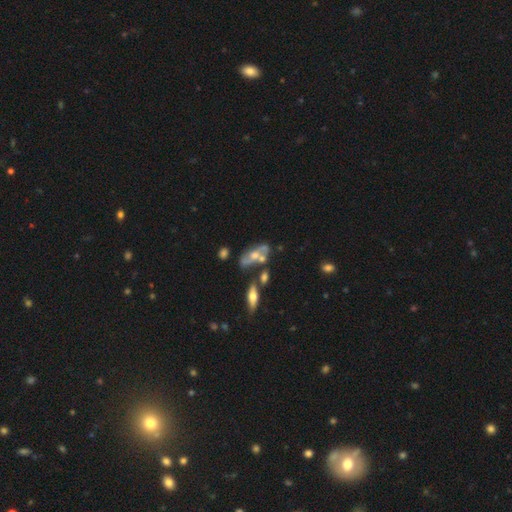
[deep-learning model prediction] Smooth or featured: featured or disk — 63% (smooth — 28%)
Edge-on disk: no — 80% (yes — 20%)
Bar: no — 74% (weak — 19%)
Spiral arms: no — 53% (yes — 47%)
Bulge size: moderate — 60% (small — 21%)
Merging: none — 45% (merger — 27%)